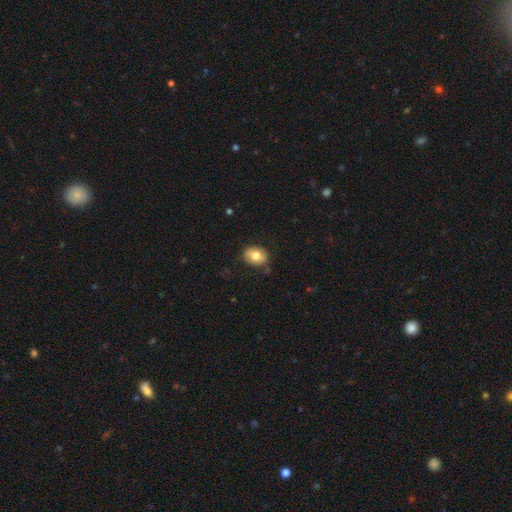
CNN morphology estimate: The model was most divided on "how rounded": in between: 60%, round: 39%, cigar-shaped: 1%. More confident: merging — none (81%); smooth or featured — smooth (77%).